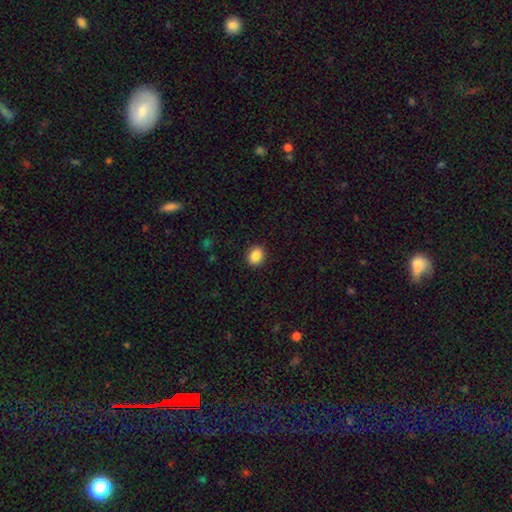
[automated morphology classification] smooth-or-featured: smooth: 87% | star or artifact: 9% | featured or disk: 4%
  how-rounded: in between: 50% | round: 49% | cigar-shaped: 1%
  merging: none: 91% | minor disturbance: 6% | major disturbance: 2% | merger: 1%